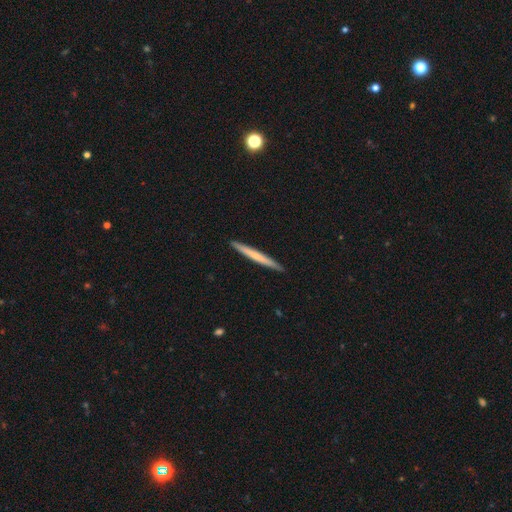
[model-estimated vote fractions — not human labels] Smooth or featured? Predicted: smooth (p=0.55). How rounded? Predicted: cigar-shaped (p=0.97). Merging? Predicted: none (p=0.93).